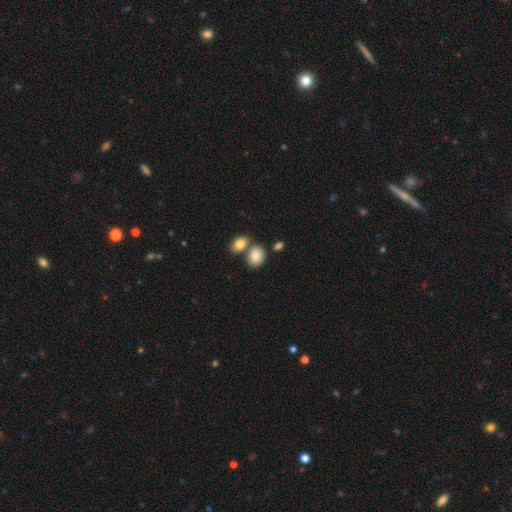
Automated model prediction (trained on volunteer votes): Smooth or featured? Predicted: smooth (p=0.85). How rounded? Predicted: in between (p=0.63). Merging? Predicted: none (p=0.54).